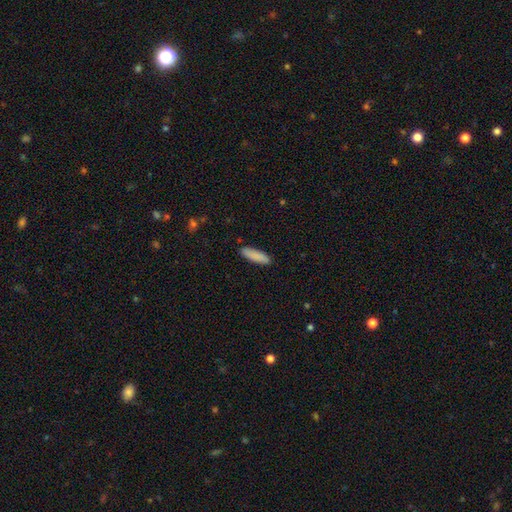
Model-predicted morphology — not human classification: Smooth or featured? Predicted: smooth (p=0.88). How rounded? Predicted: cigar-shaped (p=0.66). Merging? Predicted: none (p=0.89).